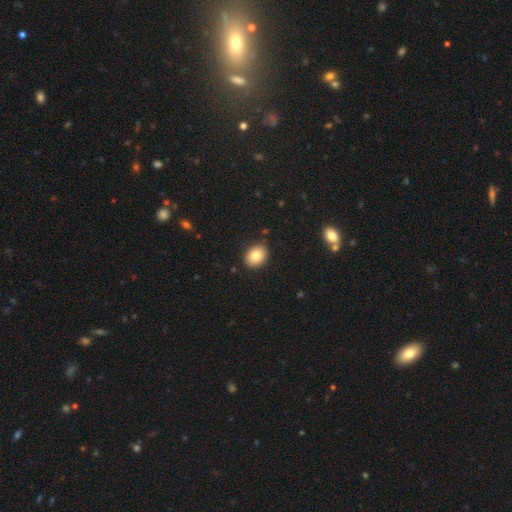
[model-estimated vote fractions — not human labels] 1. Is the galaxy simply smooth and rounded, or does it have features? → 82% smooth, 9% featured or disk, 9% star or artifact.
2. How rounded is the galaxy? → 59% in between, 40% round, 1% cigar-shaped.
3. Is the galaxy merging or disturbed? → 88% none, 9% minor disturbance, 2% major disturbance, 1% merger.